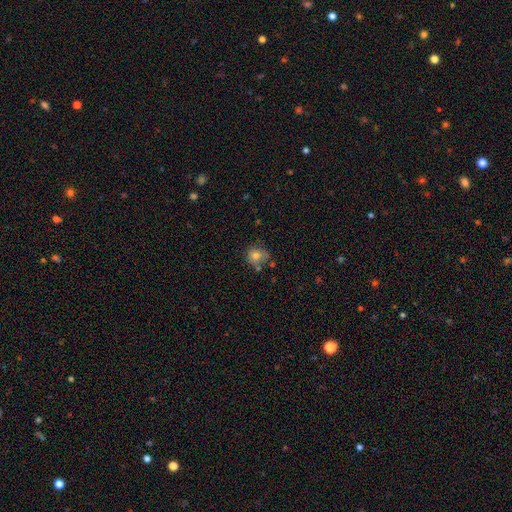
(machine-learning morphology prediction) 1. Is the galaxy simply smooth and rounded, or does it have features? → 75% smooth, 14% featured or disk, 11% star or artifact.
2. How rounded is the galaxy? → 83% round, 16% in between, 1% cigar-shaped.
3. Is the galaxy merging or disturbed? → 64% none, 21% minor disturbance, 11% merger, 5% major disturbance.